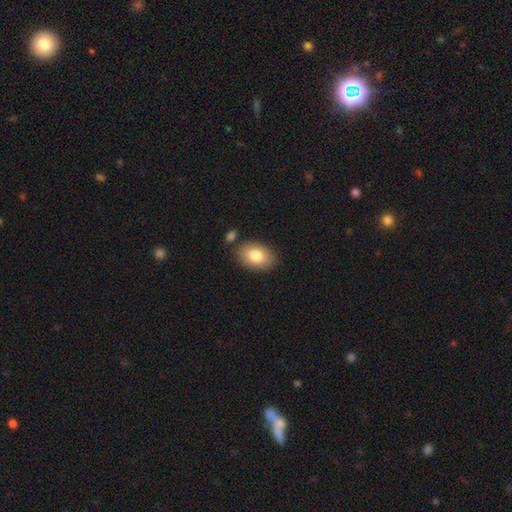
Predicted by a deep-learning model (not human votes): smooth-or-featured: smooth: 81% | featured or disk: 12% | star or artifact: 7%
  how-rounded: in between: 86% | round: 12% | cigar-shaped: 1%
  merging: none: 80% | minor disturbance: 11% | merger: 6% | major disturbance: 3%